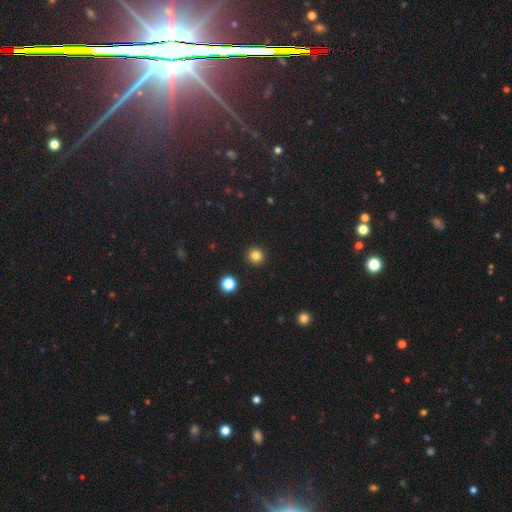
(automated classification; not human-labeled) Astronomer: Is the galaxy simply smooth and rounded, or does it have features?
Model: smooth — 82%.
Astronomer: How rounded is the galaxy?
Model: round — 94%.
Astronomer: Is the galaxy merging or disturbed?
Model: none — 93%.